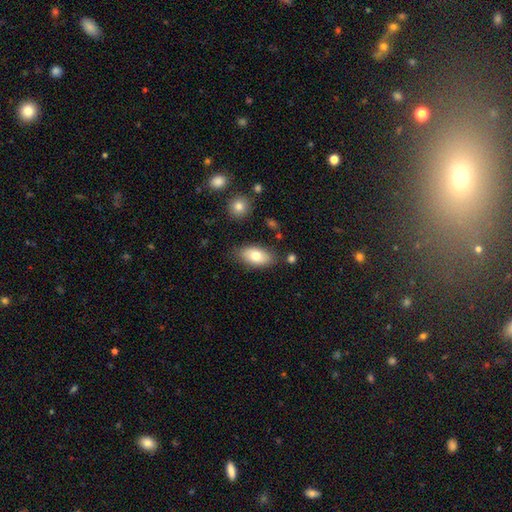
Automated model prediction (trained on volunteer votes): smooth_or_featured: smooth (p=0.76) [alt: featured or disk p=0.17]
how_rounded: in between (p=0.92) [alt: round p=0.04]
merging: none (p=0.78) [alt: minor disturbance p=0.15]